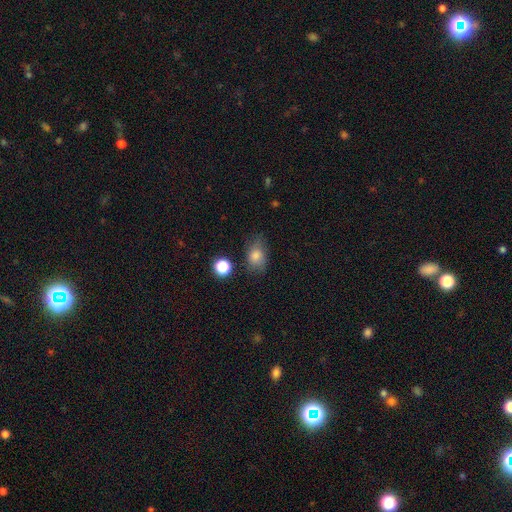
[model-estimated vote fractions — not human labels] Smooth or featured: smooth — 80% (star or artifact — 11%)
How rounded: in between — 73% (round — 26%)
Merging: none — 65% (minor disturbance — 24%)